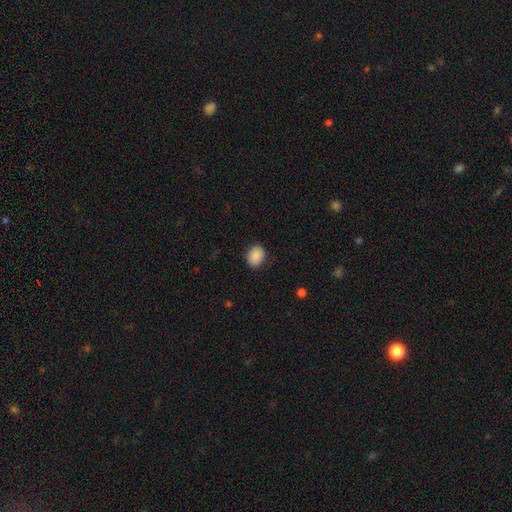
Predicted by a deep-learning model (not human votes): Smooth or featured?
  - smooth: 88% *
  - star or artifact: 8%
  - featured or disk: 4%
How rounded?
  - in between: 53% *
  - round: 46%
  - cigar-shaped: 1%
Merging?
  - none: 85% *
  - minor disturbance: 11%
  - major disturbance: 3%
  - merger: 1%